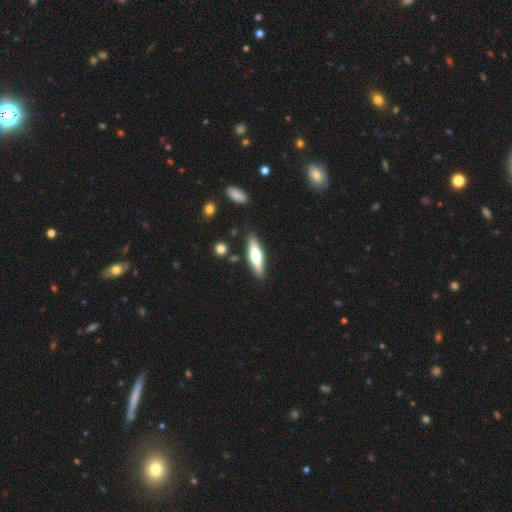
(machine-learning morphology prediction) featured or disk 50%, smooth 44%, star or artifact 6%. Down the decision tree: edge-on disk — yes (91%); merging — none (87%).